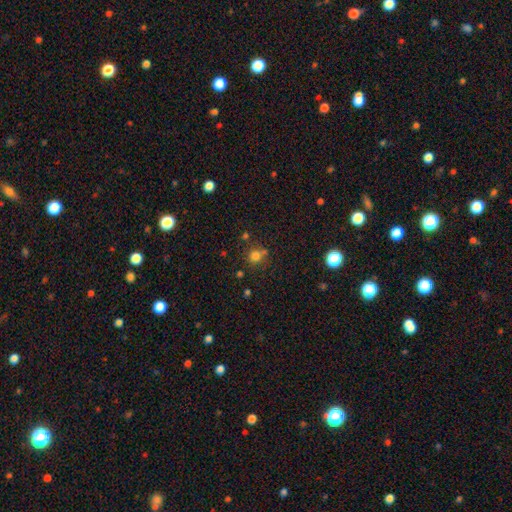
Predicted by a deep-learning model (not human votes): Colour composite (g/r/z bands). It shows a smooth galaxy with no disk features (76%) that is round (86%). Merging: none (64%).